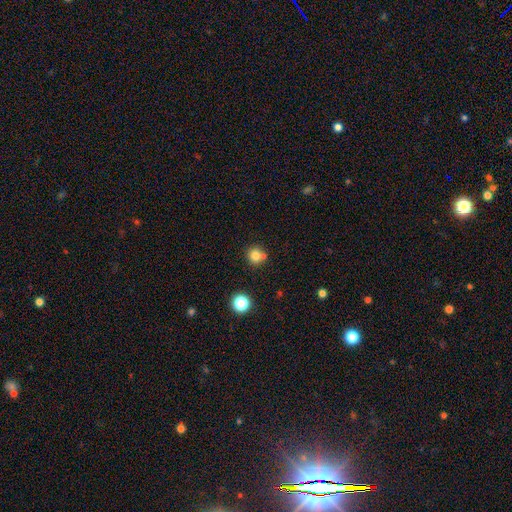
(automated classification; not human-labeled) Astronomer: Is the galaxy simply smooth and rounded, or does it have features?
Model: smooth — 79%.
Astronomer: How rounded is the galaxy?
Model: round — 91%.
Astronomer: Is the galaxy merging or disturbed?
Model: none — 65%.